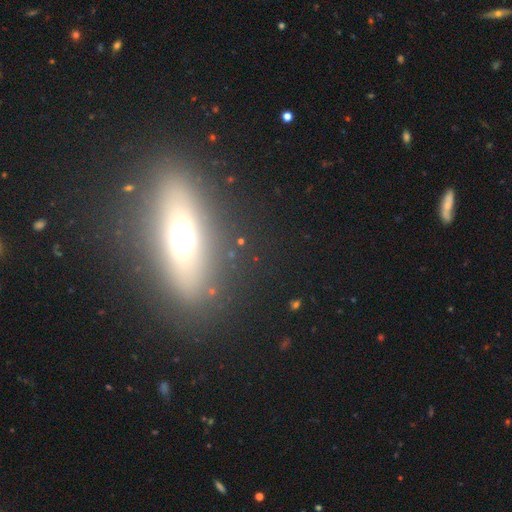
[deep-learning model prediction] This is marginally a featured or disk galaxy (44%). Merging: clearly none (84%).